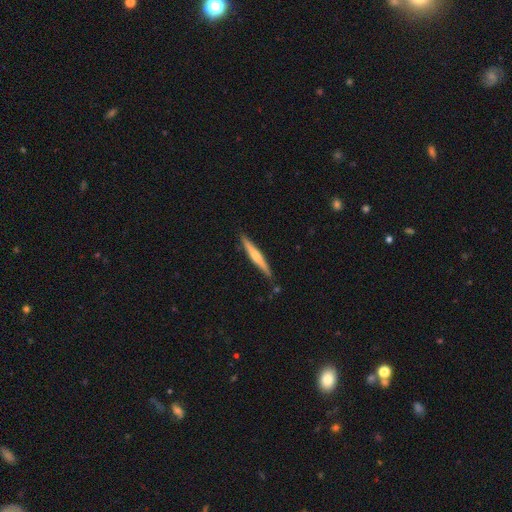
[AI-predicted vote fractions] Q: Smooth or featured?
A: featured or disk (51%); runner-up: smooth (44%)
Q: Edge-on disk?
A: yes (97%); runner-up: no (3%)
Q: Merging?
A: none (87%); runner-up: minor disturbance (9%)